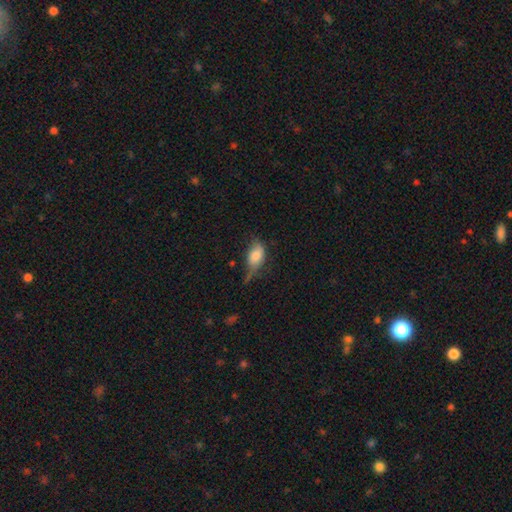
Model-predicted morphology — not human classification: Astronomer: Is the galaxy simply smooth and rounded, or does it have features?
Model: smooth — 74%.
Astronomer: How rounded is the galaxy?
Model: in between — 89%.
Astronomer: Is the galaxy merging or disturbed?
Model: minor disturbance — 40% (runner-up: none, 35%).